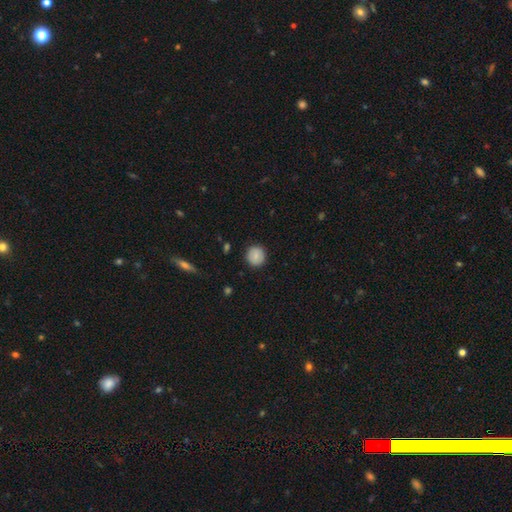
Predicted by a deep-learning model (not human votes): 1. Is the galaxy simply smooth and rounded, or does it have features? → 84% smooth, 9% featured or disk, 8% star or artifact.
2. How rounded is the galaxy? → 92% round, 7% in between, 1% cigar-shaped.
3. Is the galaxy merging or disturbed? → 88% none, 8% minor disturbance, 2% major disturbance, 1% merger.